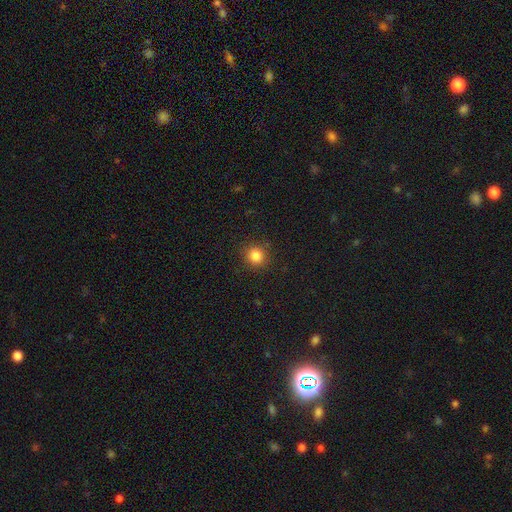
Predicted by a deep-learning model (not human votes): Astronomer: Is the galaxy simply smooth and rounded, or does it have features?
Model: smooth — 84%.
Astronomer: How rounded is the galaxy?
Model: round — 90%.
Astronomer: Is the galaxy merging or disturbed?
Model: none — 90%.